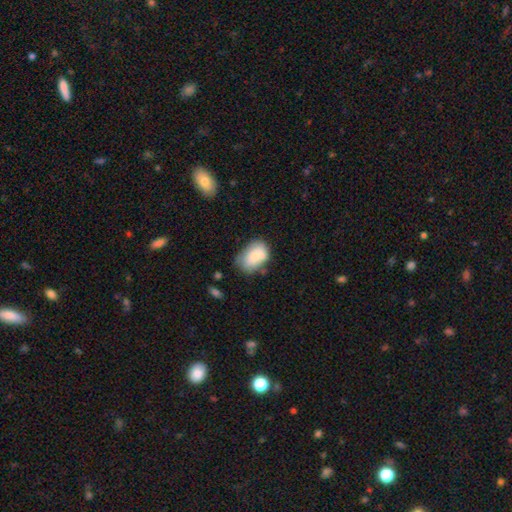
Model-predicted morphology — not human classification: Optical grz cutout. It shows a smooth galaxy with no disk features (78%) that is in between round and cigar-shaped (85%). Merging: none (49%).